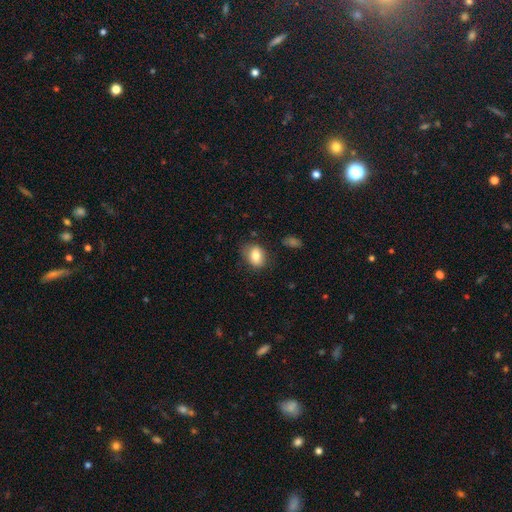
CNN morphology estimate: Smooth or featured? smooth (80%)
How rounded? in between (69%)
Merging? none (76%)